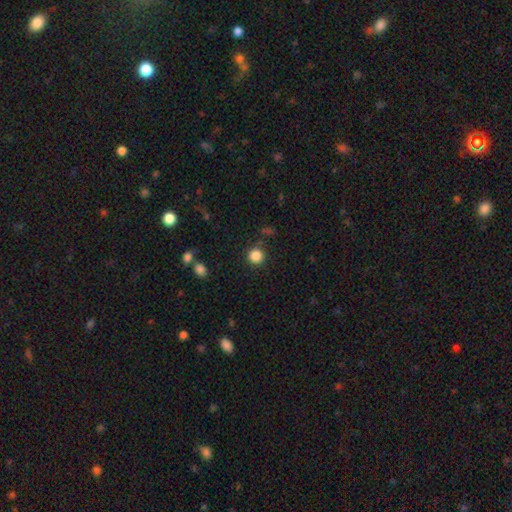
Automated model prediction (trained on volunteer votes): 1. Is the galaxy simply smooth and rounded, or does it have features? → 85% smooth, 11% star or artifact, 4% featured or disk.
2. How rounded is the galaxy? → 94% round, 5% in between, 1% cigar-shaped.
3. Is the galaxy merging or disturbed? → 86% none, 7% minor disturbance, 3% major disturbance, 3% merger.